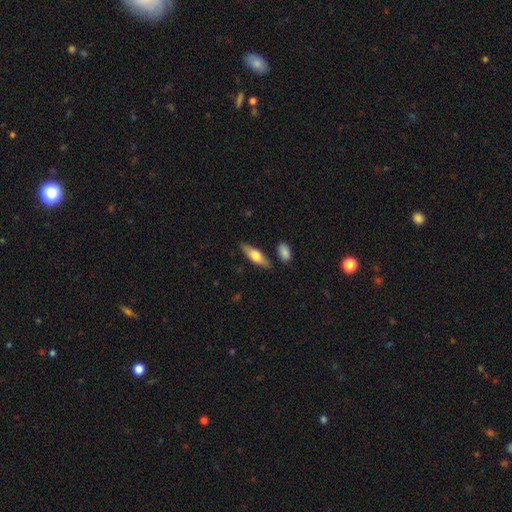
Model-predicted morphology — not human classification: A smooth galaxy with no disk features (56%) that is cigar-shaped (49%).

Vote fractions:
- Smooth or featured? smooth: 56% / featured or disk: 38% / star or artifact: 6%
- How rounded? cigar-shaped: 49% / in between: 48% / round: 3%
- Merging? none: 81% / minor disturbance: 12% / merger: 5% / major disturbance: 3%